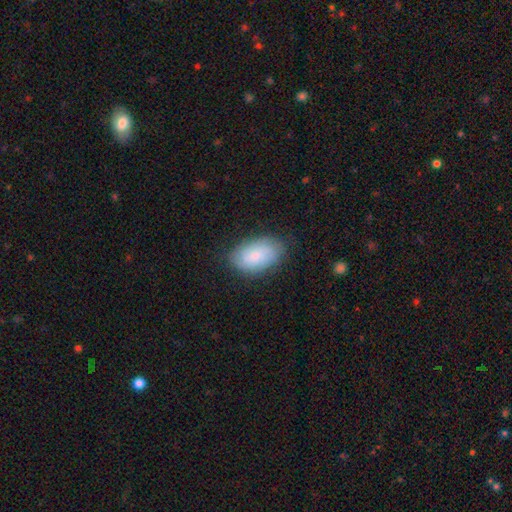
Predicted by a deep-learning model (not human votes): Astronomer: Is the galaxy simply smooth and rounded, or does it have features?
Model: smooth — 75%.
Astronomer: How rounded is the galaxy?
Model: in between — 93%.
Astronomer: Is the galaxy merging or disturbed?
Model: none — 78%.